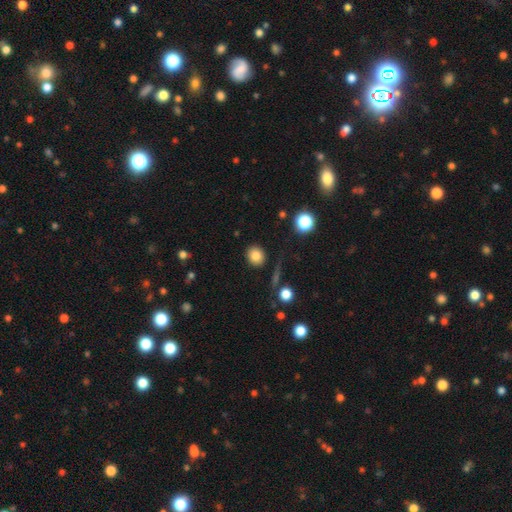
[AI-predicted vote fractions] smooth_or_featured: smooth (p=0.83) [alt: star or artifact p=0.10]
how_rounded: round (p=0.77) [alt: in between p=0.22]
merging: none (p=0.86) [alt: minor disturbance p=0.08]